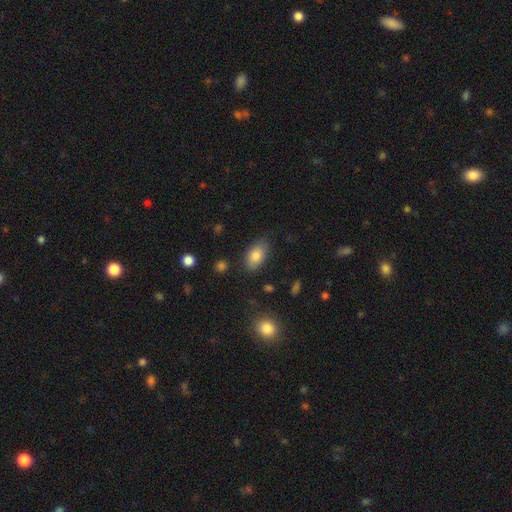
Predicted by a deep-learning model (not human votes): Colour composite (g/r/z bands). It shows a smooth galaxy with no disk features (81%) that is in between round and cigar-shaped (91%). Merging: none (81%).